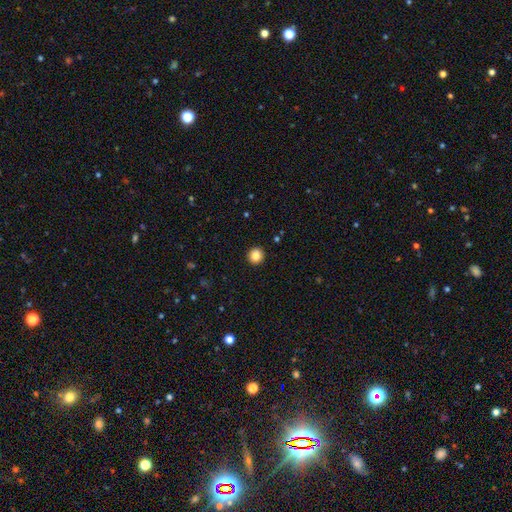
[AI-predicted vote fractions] Smooth or featured? Predicted: smooth (p=0.85). How rounded? Predicted: round (p=0.95). Merging? Predicted: none (p=0.94).